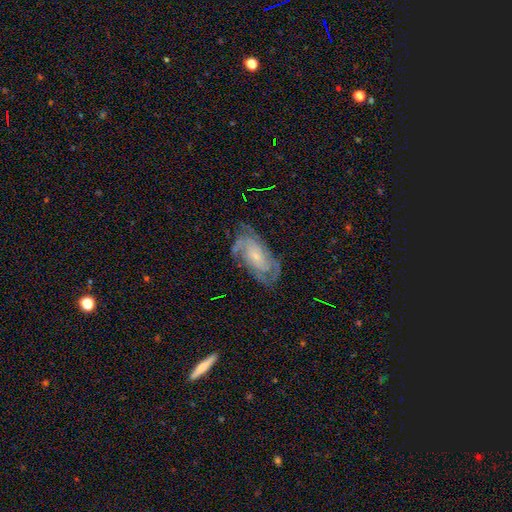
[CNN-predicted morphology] Q: Smooth or featured?
A: featured or disk (81%); runner-up: smooth (12%)
Q: Edge-on disk?
A: no (95%); runner-up: yes (5%)
Q: Bar?
A: no (62%); runner-up: weak (30%)
Q: Spiral arms?
A: yes (94%); runner-up: no (6%)
Q: Spiral winding?
A: tight (53%); runner-up: medium (37%)
Q: Spiral arm count?
A: can't tell (29%); tied with: 2 (29%)
Q: Bulge size?
A: small (68%); runner-up: moderate (21%)
Q: Merging?
A: none (70%); runner-up: minor disturbance (19%)